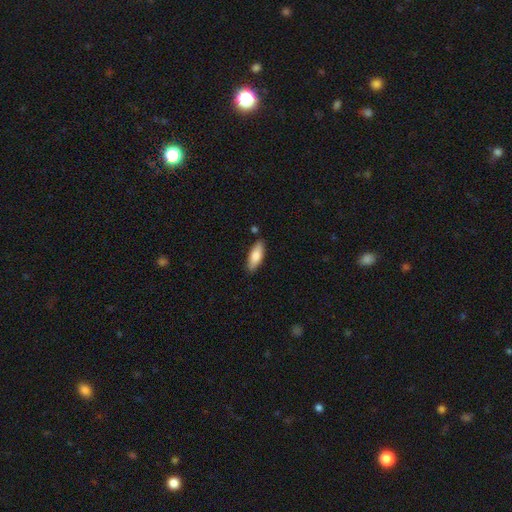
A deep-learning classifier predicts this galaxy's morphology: smooth_or_featured: smooth (p=0.80) [alt: featured or disk p=0.14]
how_rounded: in between (p=0.64) [alt: cigar-shaped p=0.34]
merging: none (p=0.83) [alt: minor disturbance p=0.11]